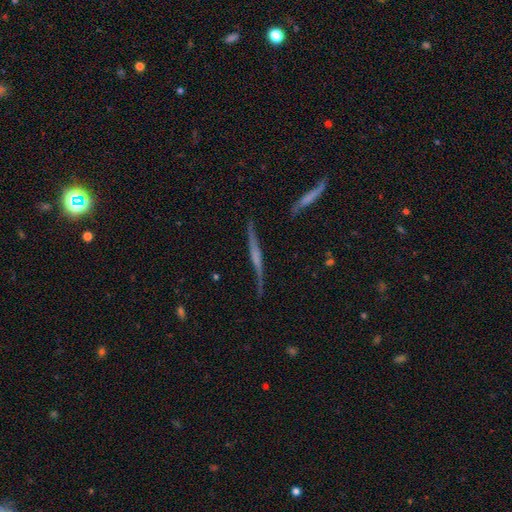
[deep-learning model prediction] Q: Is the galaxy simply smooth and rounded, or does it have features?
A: featured or disk — 71%.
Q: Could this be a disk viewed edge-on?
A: yes — 90%.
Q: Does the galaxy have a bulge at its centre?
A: none — 44%.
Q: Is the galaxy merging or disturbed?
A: none — 70%.